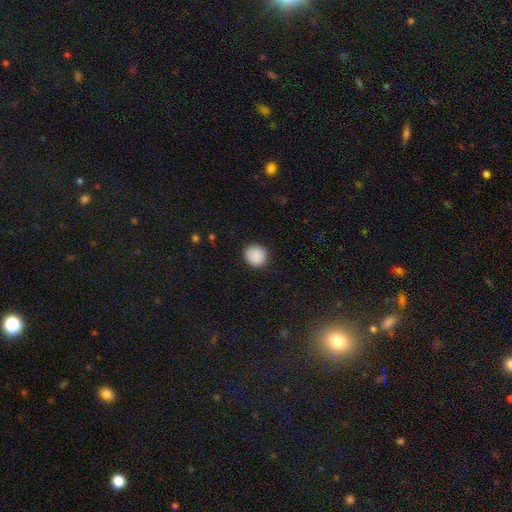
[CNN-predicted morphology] Smooth or featured? smooth (89%)
How rounded? round (87%)
Merging? none (89%)